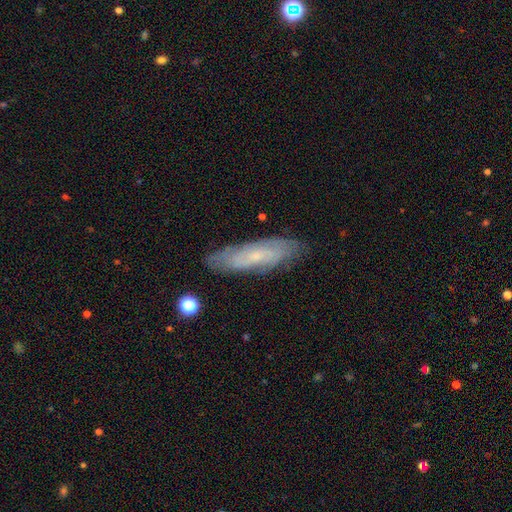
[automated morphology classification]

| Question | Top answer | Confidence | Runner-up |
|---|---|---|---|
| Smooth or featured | featured or disk | 58% | smooth (34%) |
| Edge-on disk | no | 68% | yes (32%) |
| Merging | none | 81% | minor disturbance (15%) |